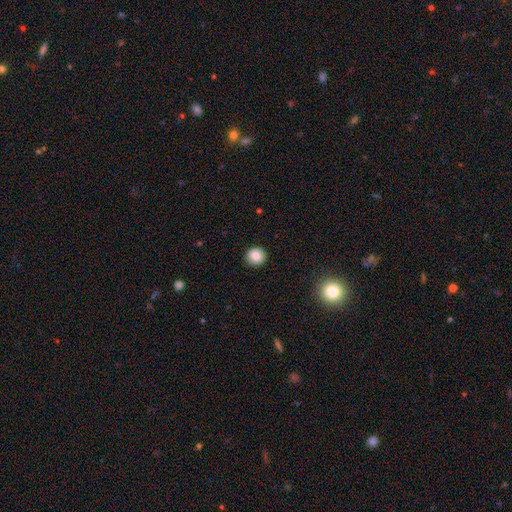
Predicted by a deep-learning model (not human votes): A smooth galaxy with no disk features (85%) that is round (91%).

Vote fractions:
- Smooth or featured? smooth: 85% / star or artifact: 10% / featured or disk: 6%
- How rounded? round: 91% / in between: 9% / cigar-shaped: 1%
- Merging? none: 92% / minor disturbance: 6% / major disturbance: 2% / merger: 1%